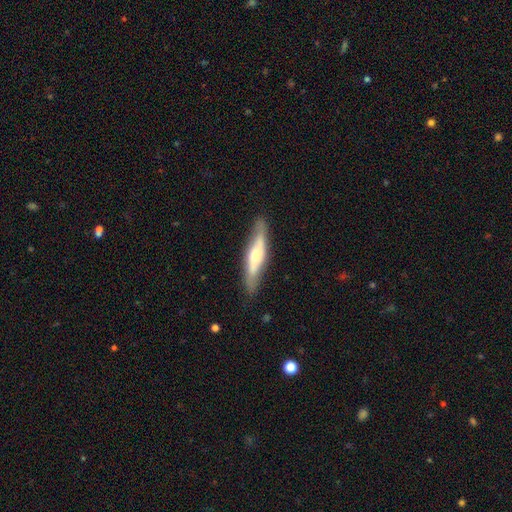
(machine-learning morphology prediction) Smooth or featured? Predicted: featured or disk (p=0.52). Edge-on disk? Predicted: yes (p=0.71). Merging? Predicted: none (p=0.81).